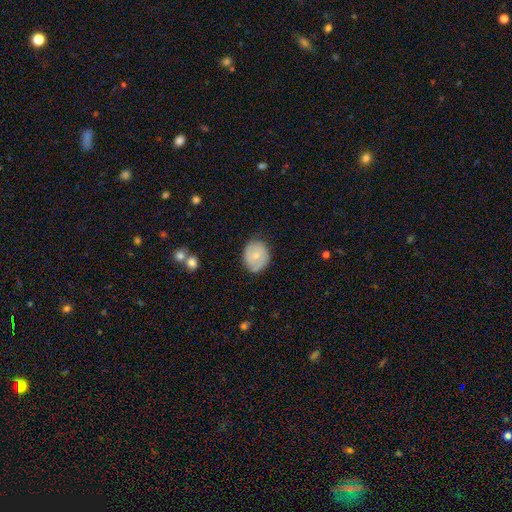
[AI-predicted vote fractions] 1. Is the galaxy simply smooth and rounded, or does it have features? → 57% smooth, 37% featured or disk, 7% star or artifact.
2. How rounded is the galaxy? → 60% round, 39% in between, 1% cigar-shaped.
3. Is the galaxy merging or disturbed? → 73% none, 21% minor disturbance, 5% major disturbance, 2% merger.